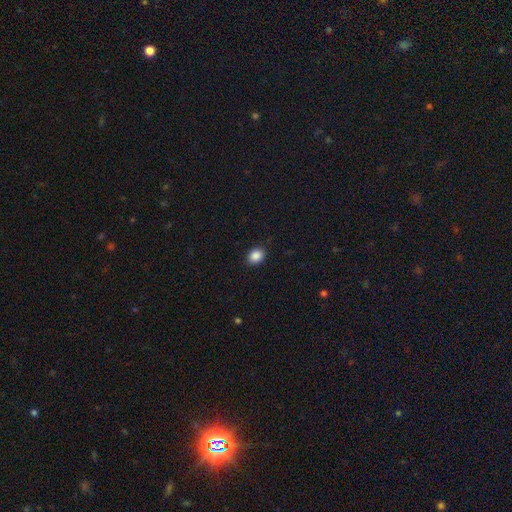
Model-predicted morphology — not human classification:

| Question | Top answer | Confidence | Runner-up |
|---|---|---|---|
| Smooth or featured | smooth | 88% | star or artifact (9%) |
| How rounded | in between | 61% | round (38%) |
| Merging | none | 89% | minor disturbance (8%) |